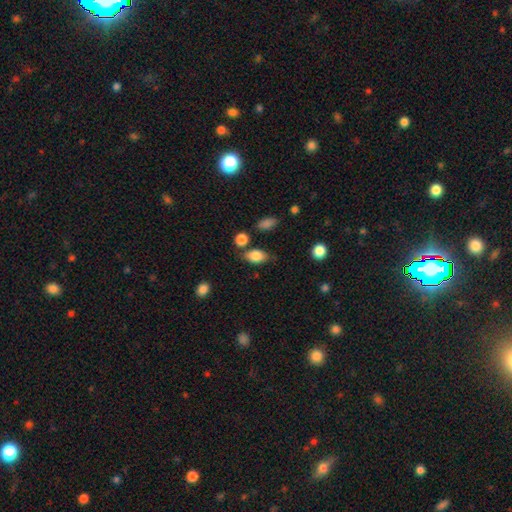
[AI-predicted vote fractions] smooth_or_featured: smooth (p=0.82) [alt: featured or disk p=0.10]
how_rounded: in between (p=0.86) [alt: round p=0.12]
merging: none (p=0.69) [alt: minor disturbance p=0.18]